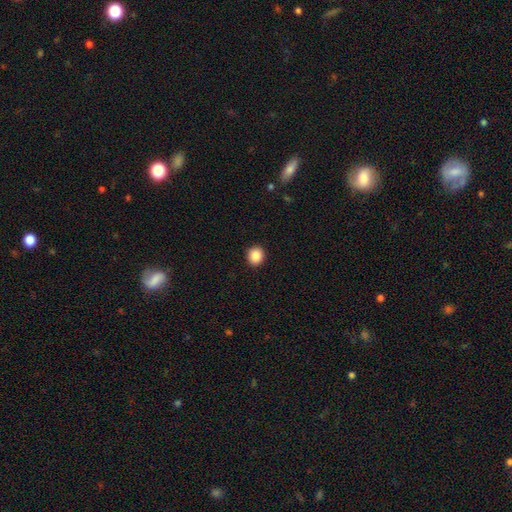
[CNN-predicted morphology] The model was most divided on "how rounded": round: 82%, in between: 17%, cigar-shaped: 1%. More confident: merging — none (92%); smooth or featured — smooth (88%).